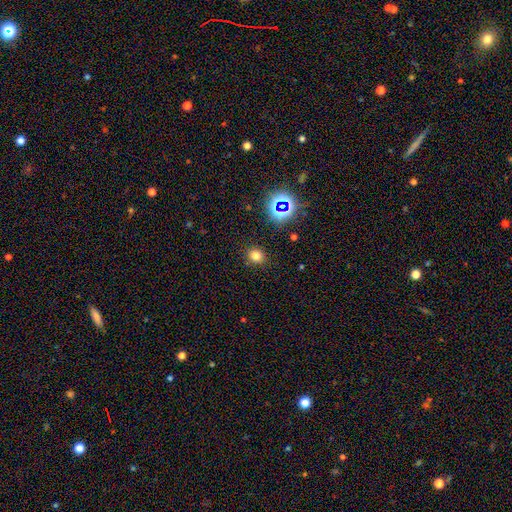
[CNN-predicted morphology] Q: Smooth or featured?
A: smooth (73%); runner-up: star or artifact (20%)
Q: How rounded?
A: round (73%); runner-up: in between (27%)
Q: Merging?
A: none (87%); runner-up: minor disturbance (8%)